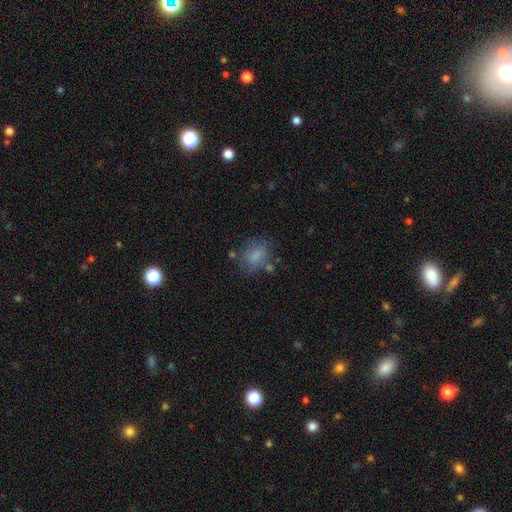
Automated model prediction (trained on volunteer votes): Smooth or featured? Predicted: smooth (p=0.77). How rounded? Predicted: in between (p=0.71). Merging? Predicted: none (p=0.65).